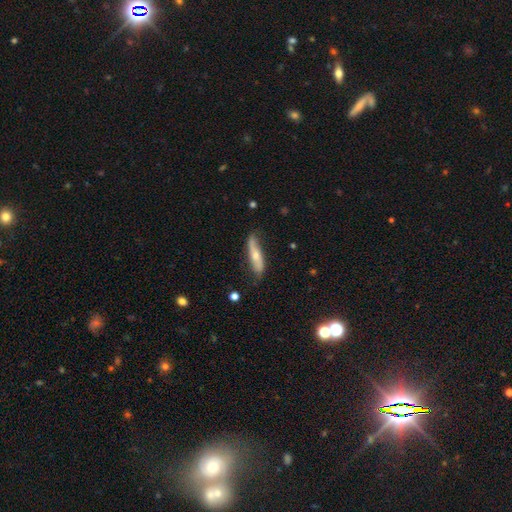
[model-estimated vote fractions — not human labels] Smooth or featured: featured or disk — 49% (smooth — 46%)
Merging: none — 67% (minor disturbance — 25%)